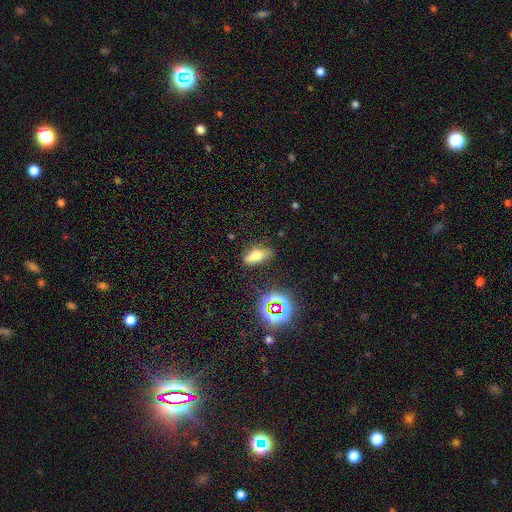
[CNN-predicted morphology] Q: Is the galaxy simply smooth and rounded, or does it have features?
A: smooth — 58%.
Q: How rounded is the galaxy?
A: in between — 78%.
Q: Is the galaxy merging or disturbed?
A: none — 56%.